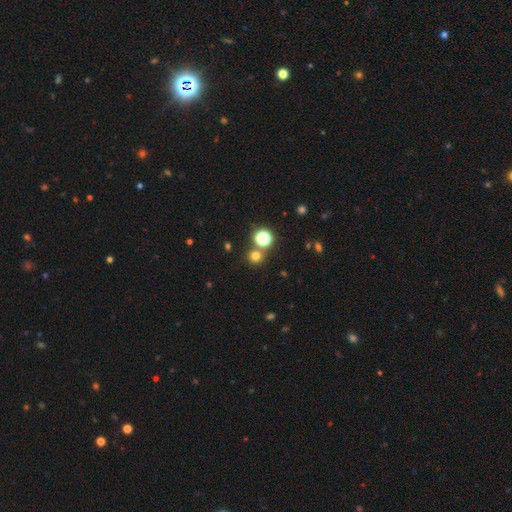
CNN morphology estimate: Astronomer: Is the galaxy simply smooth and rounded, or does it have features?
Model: smooth — 70%.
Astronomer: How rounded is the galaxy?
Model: round — 92%.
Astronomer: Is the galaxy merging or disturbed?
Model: none — 78%.